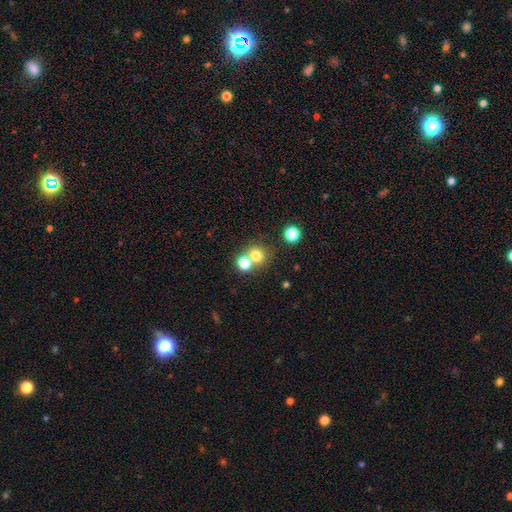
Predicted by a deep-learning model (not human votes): smooth 73%, star or artifact 17%, featured or disk 10%. Down the decision tree: how rounded — round (85%); merging — none (55%).